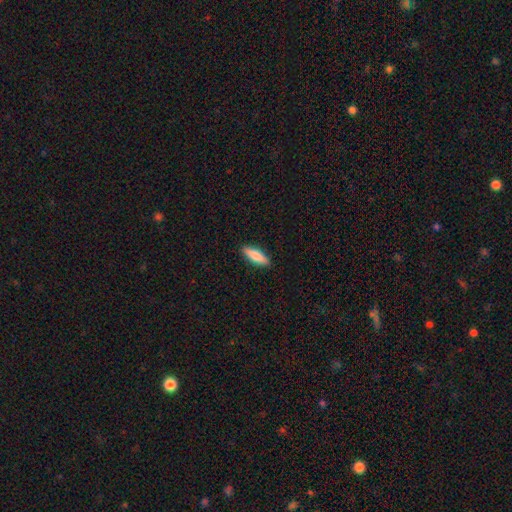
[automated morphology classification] type=smooth (80%); roundness=cigar-shaped (57%); merging=none (90%).